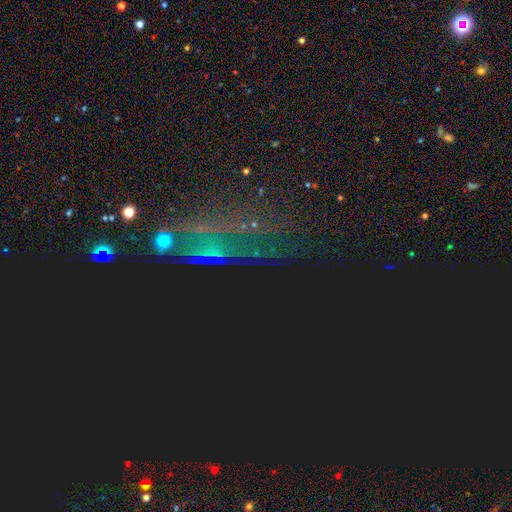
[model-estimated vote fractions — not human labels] This appears to be a star or artifact, not a galaxy (56%).